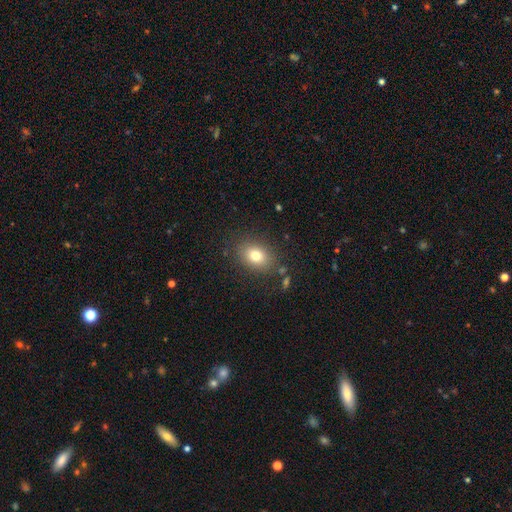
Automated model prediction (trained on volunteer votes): smooth_or_featured: smooth (p=0.77) [alt: featured or disk p=0.12]
how_rounded: in between (p=0.66) [alt: round p=0.33]
merging: none (p=0.83) [alt: minor disturbance p=0.10]